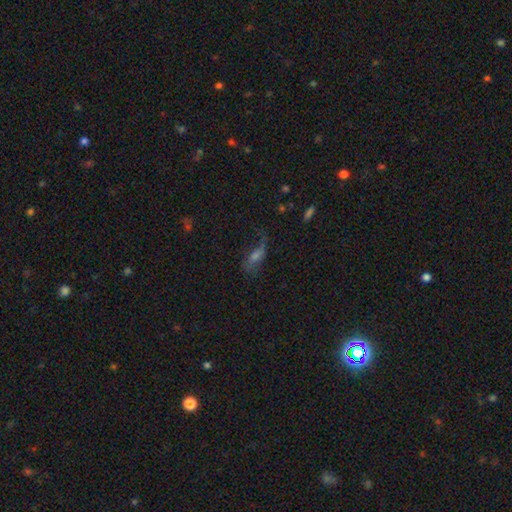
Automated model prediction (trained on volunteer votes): Smooth or featured?
  - featured or disk: 49% *
  - smooth: 32%
  - star or artifact: 19%
Merging?
  - none: 48% *
  - major disturbance: 27%
  - minor disturbance: 22%
  - merger: 3%